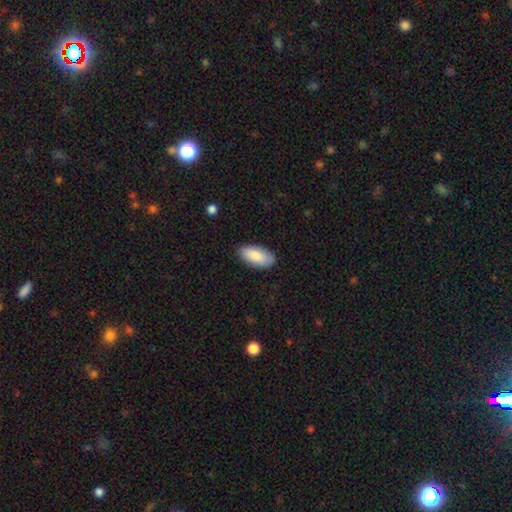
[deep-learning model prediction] smooth-or-featured: smooth: 85% | featured or disk: 9% | star or artifact: 6%
  how-rounded: in between: 92% | cigar-shaped: 6% | round: 2%
  merging: none: 85% | minor disturbance: 11% | major disturbance: 2% | merger: 1%